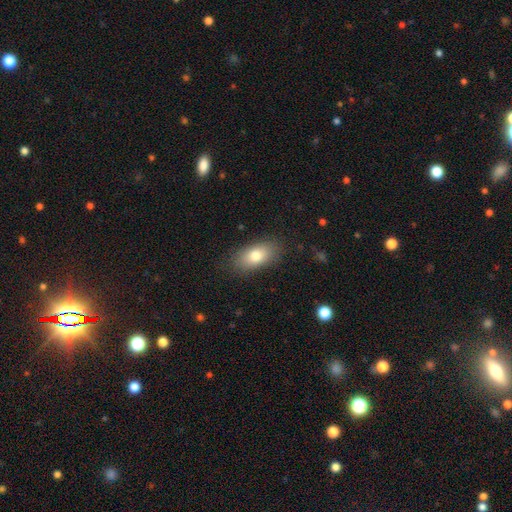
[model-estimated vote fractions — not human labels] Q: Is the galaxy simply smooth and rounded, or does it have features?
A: smooth — 77%.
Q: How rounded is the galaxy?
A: in between — 88%.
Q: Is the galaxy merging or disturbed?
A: none — 84%.